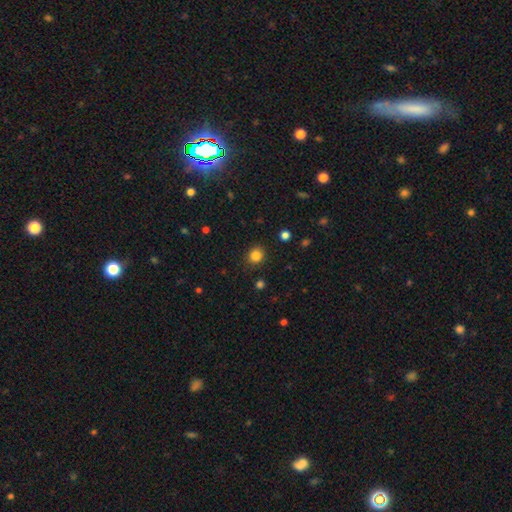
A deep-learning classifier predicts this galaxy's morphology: smooth_or_featured: smooth (p=0.84) [alt: star or artifact p=0.12]
how_rounded: round (p=0.83) [alt: in between p=0.16]
merging: none (p=0.89) [alt: minor disturbance p=0.07]